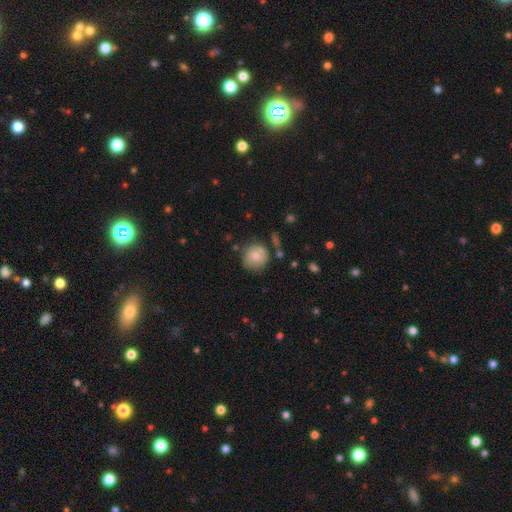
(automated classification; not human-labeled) Q: Smooth or featured?
A: smooth (66%); runner-up: featured or disk (25%)
Q: How rounded?
A: round (91%); runner-up: in between (8%)
Q: Merging?
A: none (72%); runner-up: minor disturbance (18%)